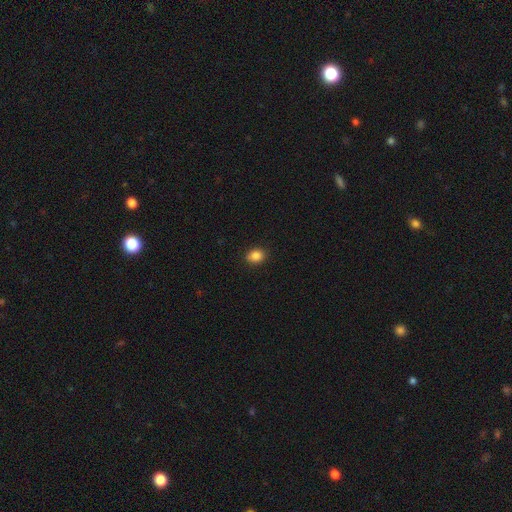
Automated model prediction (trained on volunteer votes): Smooth or featured?
  - smooth: 86% *
  - star or artifact: 10%
  - featured or disk: 4%
How rounded?
  - in between: 51% *
  - round: 48%
  - cigar-shaped: 1%
Merging?
  - none: 90% *
  - minor disturbance: 7%
  - major disturbance: 2%
  - merger: 1%